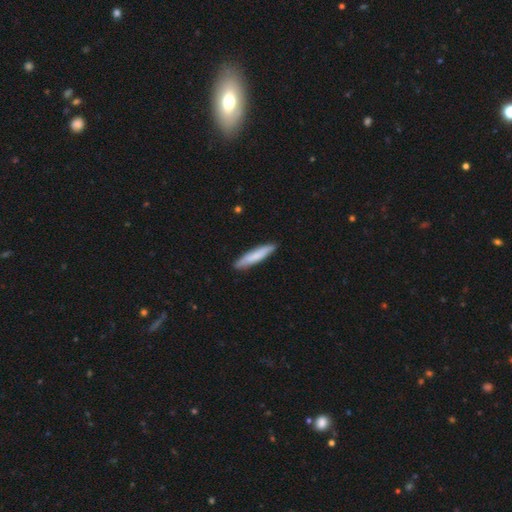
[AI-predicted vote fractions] Q: Smooth or featured?
A: smooth (76%); runner-up: featured or disk (19%)
Q: How rounded?
A: cigar-shaped (90%); runner-up: in between (9%)
Q: Merging?
A: none (89%); runner-up: minor disturbance (9%)